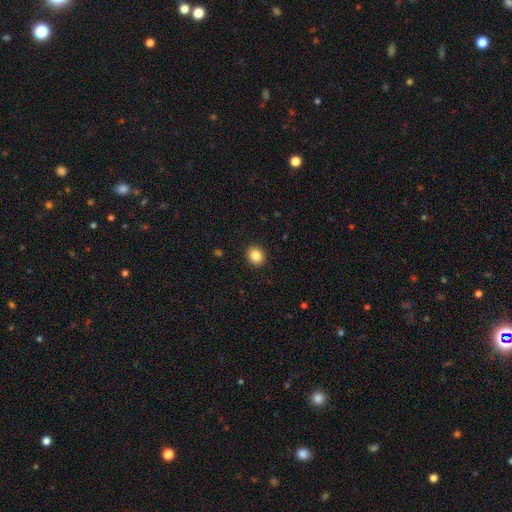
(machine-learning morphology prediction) Smooth or featured?
  - smooth: 86% *
  - star or artifact: 10%
  - featured or disk: 4%
How rounded?
  - round: 76% *
  - in between: 23%
  - cigar-shaped: 1%
Merging?
  - none: 92% *
  - minor disturbance: 5%
  - major disturbance: 2%
  - merger: 1%